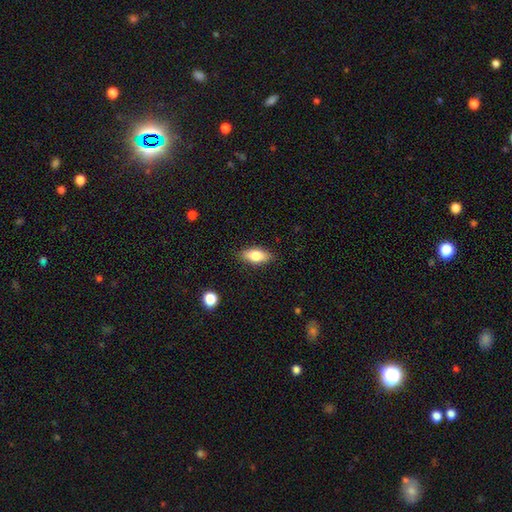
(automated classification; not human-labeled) Overall: smooth (77%). How rounded: in between (83%). Merging: none (86%).